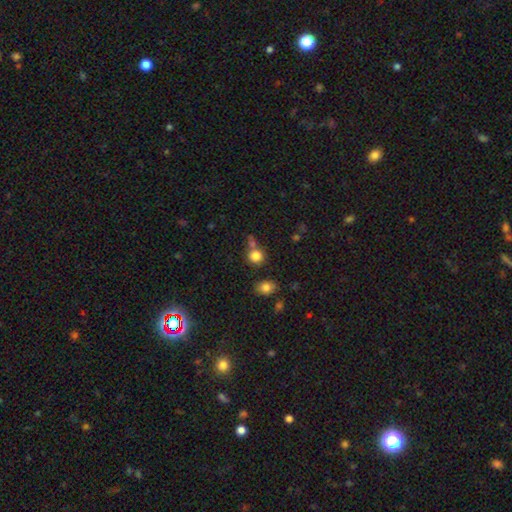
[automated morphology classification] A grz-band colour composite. It shows a smooth galaxy with no disk features (82%) that is round (86%). Merging: none (62%).